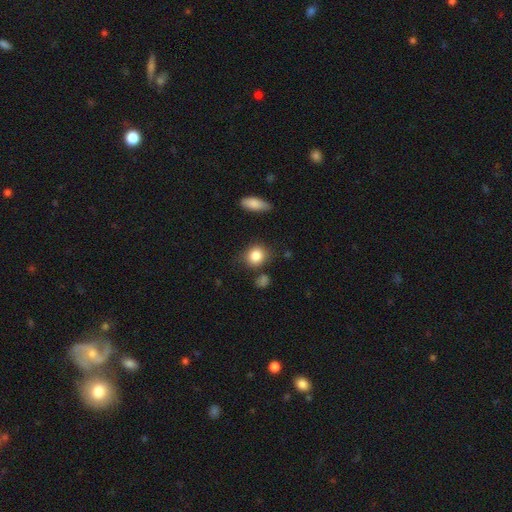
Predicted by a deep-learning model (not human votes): This is clearly a smooth galaxy (85%). How rounded: likely round (72%). Merging: likely none (76%).